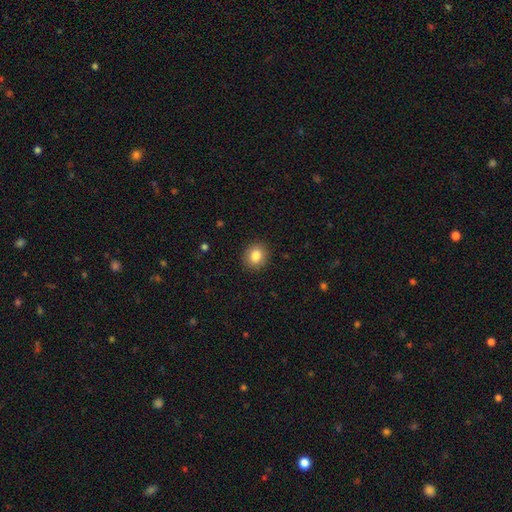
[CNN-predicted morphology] smooth_or_featured: smooth (p=0.84) [alt: star or artifact p=0.09]
how_rounded: round (p=0.75) [alt: in between p=0.24]
merging: none (p=0.90) [alt: minor disturbance p=0.07]